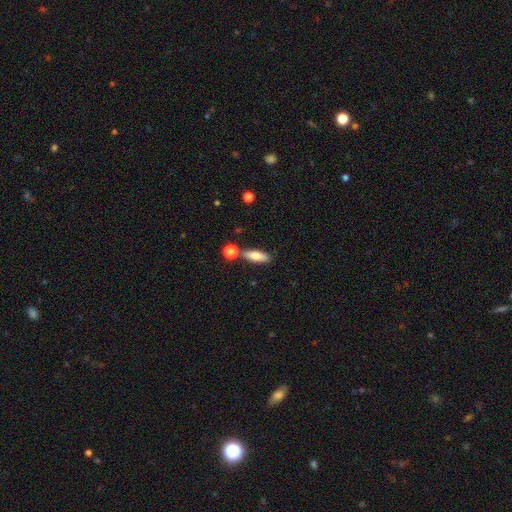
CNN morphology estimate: Overall: smooth (75%). How rounded: in between (59%; cigar-shaped 38%). Merging: none (72%).